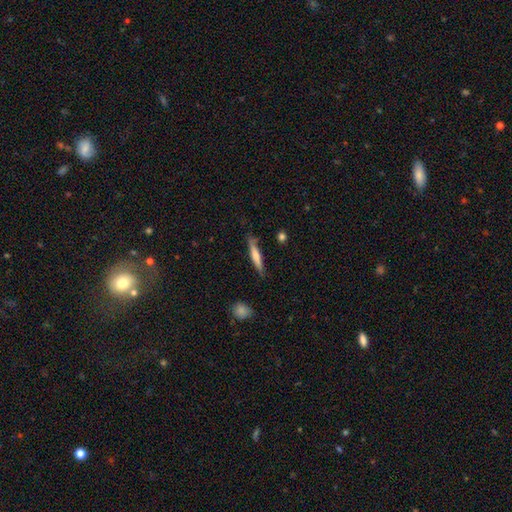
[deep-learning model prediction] Smooth or featured? Predicted: smooth (p=0.64). How rounded? Predicted: cigar-shaped (p=0.92). Merging? Predicted: none (p=0.81).